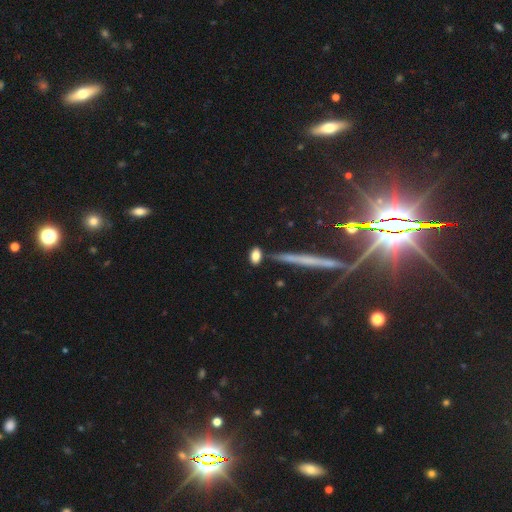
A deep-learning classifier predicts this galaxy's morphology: A smooth galaxy with no disk features (81%) that is in between round and cigar-shaped (81%). Merging: none (75%).